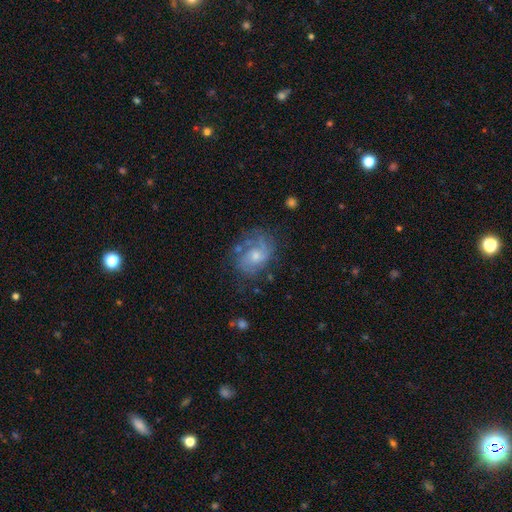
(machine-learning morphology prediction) smooth_or_featured: featured or disk (p=0.62) [alt: smooth p=0.29]
disk_edge_on: no (p=0.97) [alt: yes p=0.03]
bar: no (p=0.70) [alt: weak p=0.26]
has_spiral_arms: yes (p=0.78) [alt: no p=0.22]
bulge_size: moderate (p=0.49) [alt: small p=0.42]
merging: none (p=0.56) [alt: minor disturbance p=0.24]